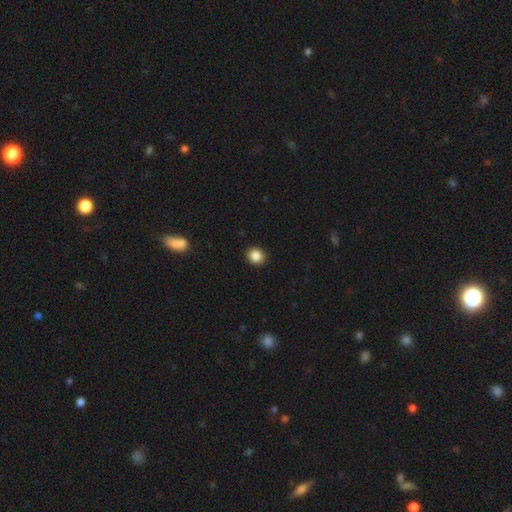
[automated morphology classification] type=smooth (86%); roundness=round (79%); merging=none (92%).